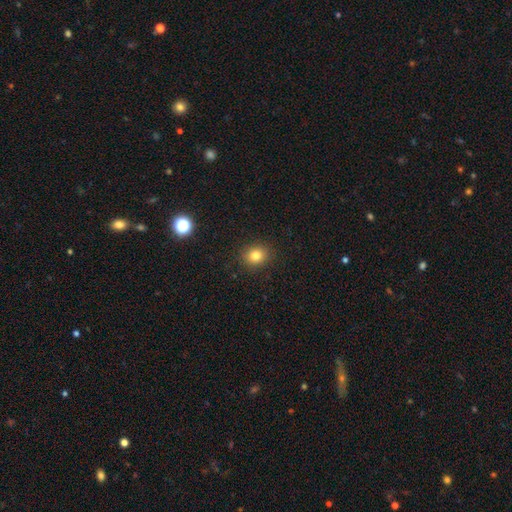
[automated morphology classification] The model was most divided on "how rounded": round: 70%, in between: 29%, cigar-shaped: 1%. More confident: merging — none (90%); smooth or featured — smooth (81%).